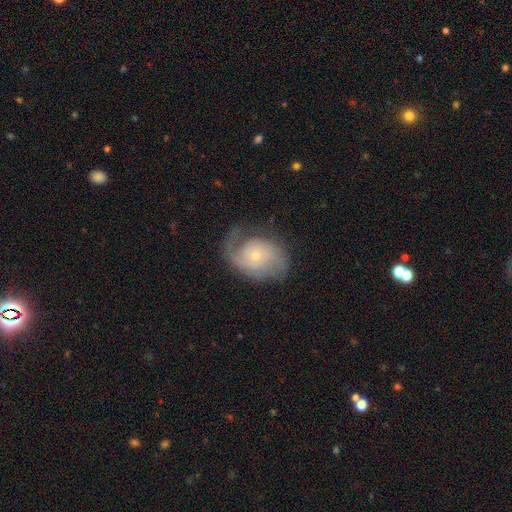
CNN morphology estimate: type=featured or disk (78%); edge-on=no (97%); bar=no (75%); spiral arms=yes (93%); winding=medium (43%); arm count=2 (56%); bulge=small (71%); merging=none (60%).